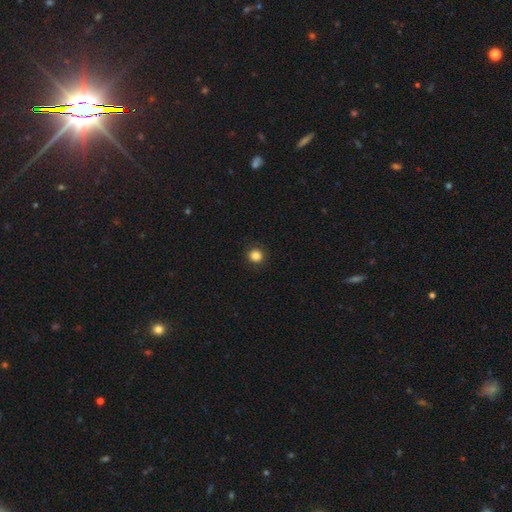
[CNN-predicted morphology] This appears to be a smooth galaxy with no disk features (85%) that is round (93%). Merging: none (92%).